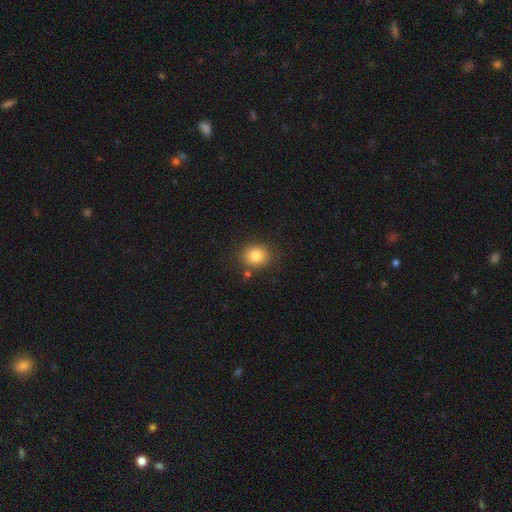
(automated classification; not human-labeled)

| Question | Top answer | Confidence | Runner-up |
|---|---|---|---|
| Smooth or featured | smooth | 83% | star or artifact (10%) |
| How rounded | round | 68% | in between (31%) |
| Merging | none | 82% | minor disturbance (10%) |